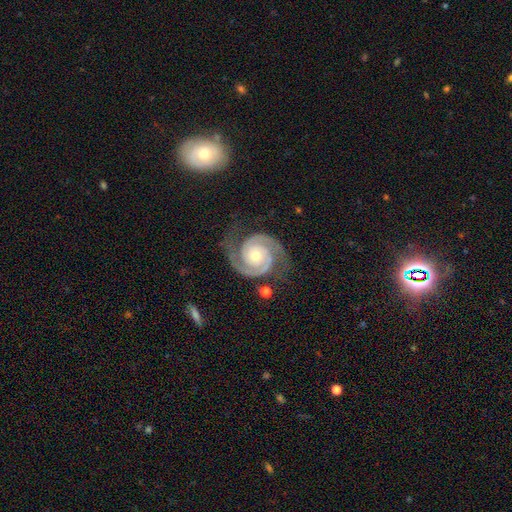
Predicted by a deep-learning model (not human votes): A featured or disk galaxy (93%) with no bar (75%), 2 (93%) tight (62%) spiral arms (99%) and a moderate central bulge (52%).

Vote fractions:
- Smooth or featured? featured or disk: 93% / star or artifact: 4% / smooth: 3%
- Edge-on disk? no: 98% / yes: 2%
- Bar? no: 75% / weak: 18% / strong: 7%
- Spiral arms? yes: 99% / no: 1%
- Spiral winding? tight: 62% / medium: 33% / loose: 5%
- Spiral arm count? 2: 93% / 3: 2% / can't tell: 1% / 1: 1% / 4: 1% / more than 4: 1%
- Bulge size? moderate: 52% / small: 43% / large: 2% / none: 1% / dominant: 1%
- Merging? none: 78% / minor disturbance: 14% / major disturbance: 6% / merger: 2%